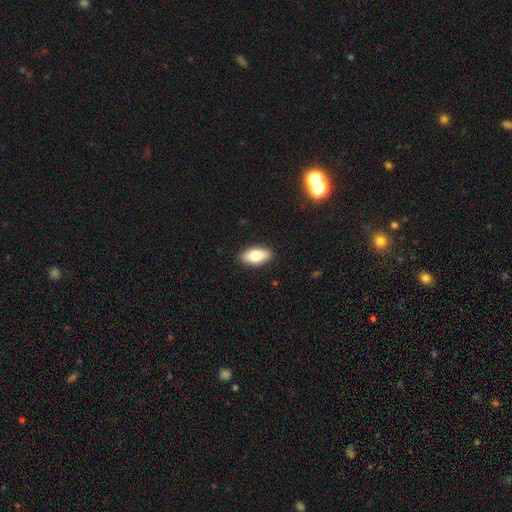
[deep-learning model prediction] smooth 76%, featured or disk 17%, star or artifact 7%. Down the decision tree: how rounded — in between (88%); merging — none (90%).